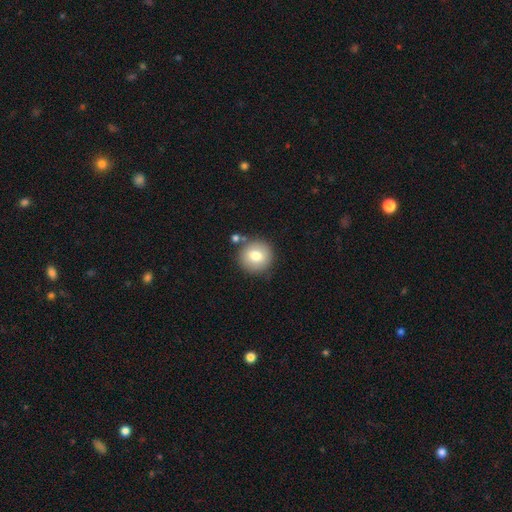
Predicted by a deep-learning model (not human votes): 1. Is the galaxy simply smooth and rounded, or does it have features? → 77% smooth, 15% featured or disk, 9% star or artifact.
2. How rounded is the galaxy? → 92% round, 7% in between, 1% cigar-shaped.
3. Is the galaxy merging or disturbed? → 81% none, 10% minor disturbance, 6% merger, 3% major disturbance.